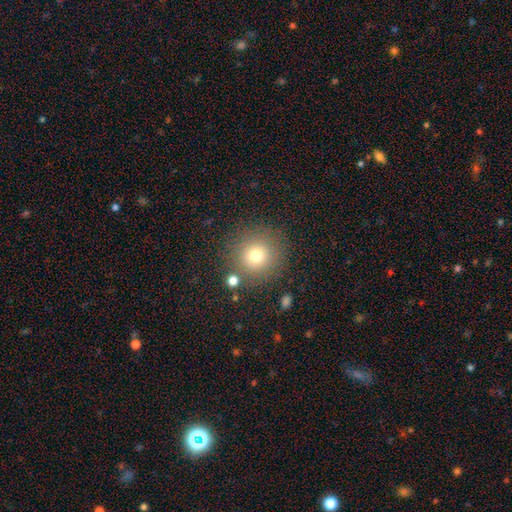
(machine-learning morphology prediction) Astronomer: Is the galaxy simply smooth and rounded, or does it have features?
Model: smooth — 74%.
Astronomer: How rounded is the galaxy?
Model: round — 94%.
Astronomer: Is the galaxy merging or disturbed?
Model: none — 84%.